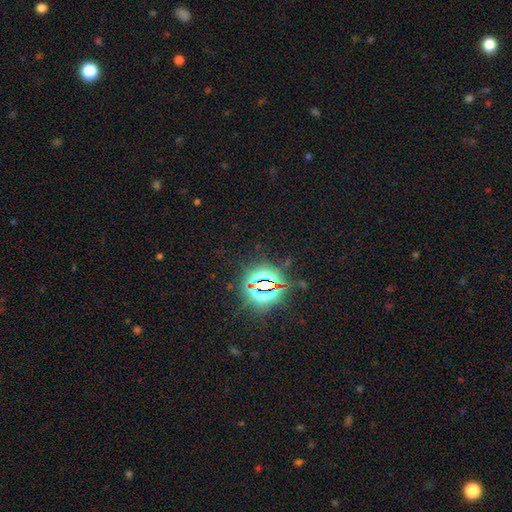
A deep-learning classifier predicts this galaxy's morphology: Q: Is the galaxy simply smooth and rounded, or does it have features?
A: star or artifact — 84%.